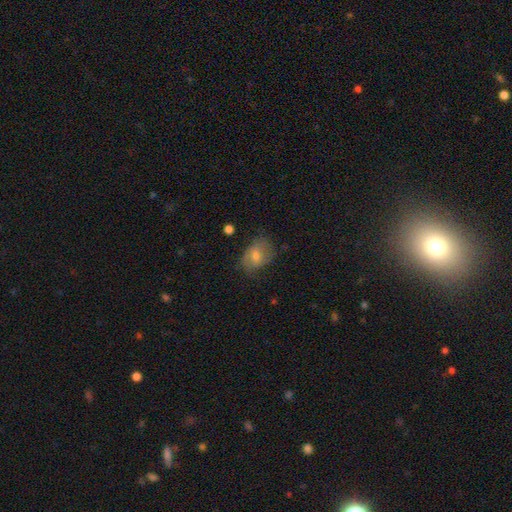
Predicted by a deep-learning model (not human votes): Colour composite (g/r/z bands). It shows a smooth galaxy with no disk features (61%) that is in between round and cigar-shaped (71%). Merging: none (65%).